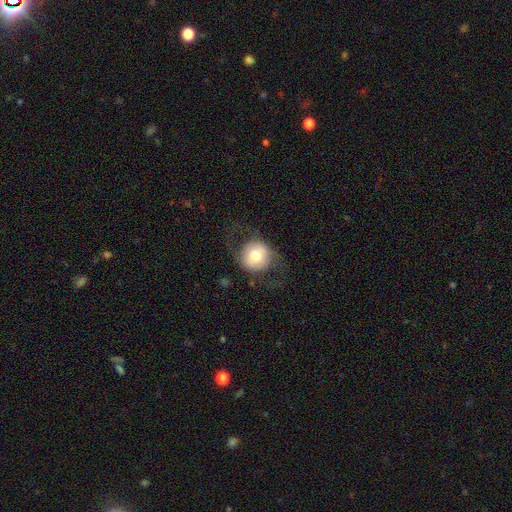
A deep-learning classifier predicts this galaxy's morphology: A smooth galaxy with no disk features (60%) that is round (90%).

Vote fractions:
- Smooth or featured? smooth: 60% / featured or disk: 32% / star or artifact: 8%
- How rounded? round: 90% / in between: 9% / cigar-shaped: 1%
- Merging? none: 70% / major disturbance: 16% / minor disturbance: 13% / merger: 1%